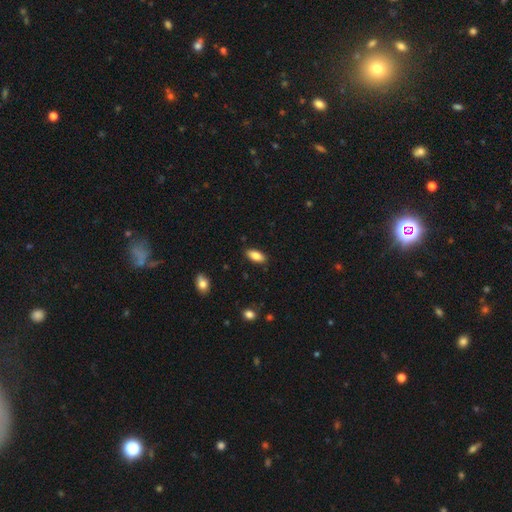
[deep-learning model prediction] Smooth or featured? Predicted: smooth (p=0.84). How rounded? Predicted: in between (p=0.87). Merging? Predicted: none (p=0.87).